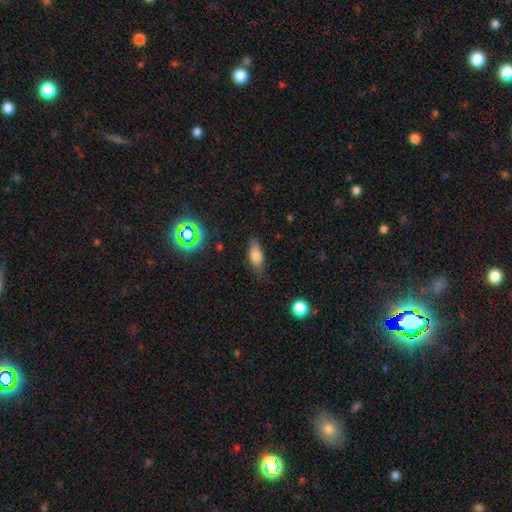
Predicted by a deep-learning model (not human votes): smooth 74%, featured or disk 15%, star or artifact 11%. Down the decision tree: how rounded — in between (78%); merging — none (78%).